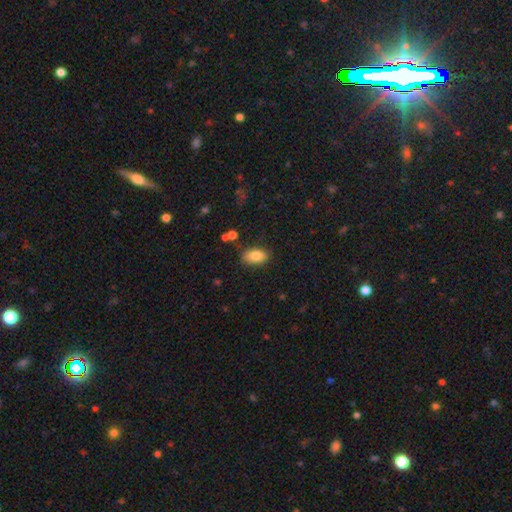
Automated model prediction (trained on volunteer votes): This is clearly a smooth galaxy (84%). How rounded: clearly in between (91%). Merging: clearly none (82%).